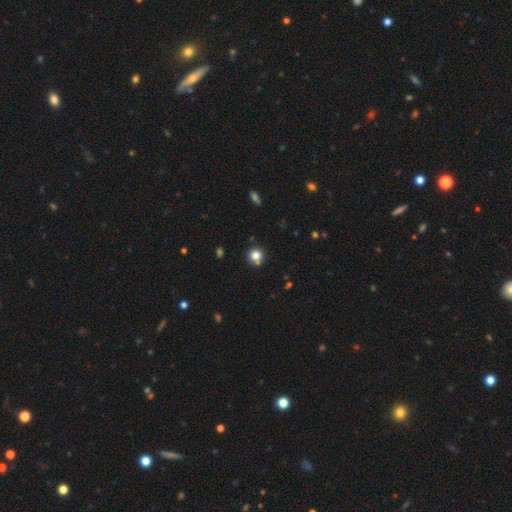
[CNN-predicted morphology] smooth 80%, star or artifact 13%, featured or disk 7%. Down the decision tree: how rounded — round (91%); merging — none (76%).